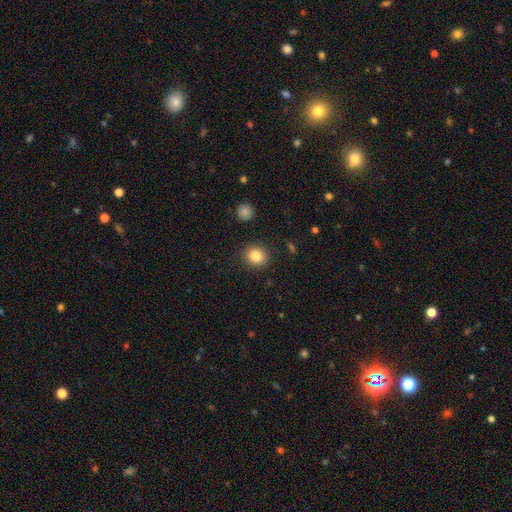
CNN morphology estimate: Smooth or featured: smooth — 84% (star or artifact — 10%)
How rounded: round — 80% (in between — 19%)
Merging: none — 89% (minor disturbance — 7%)